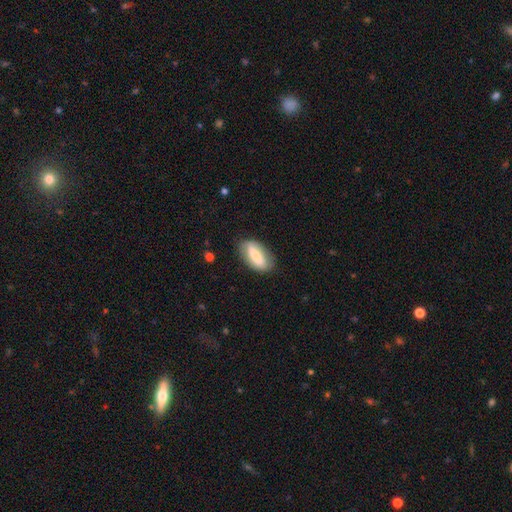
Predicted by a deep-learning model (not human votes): Overall: smooth (69%). How rounded: in between (87%). Merging: none (80%).